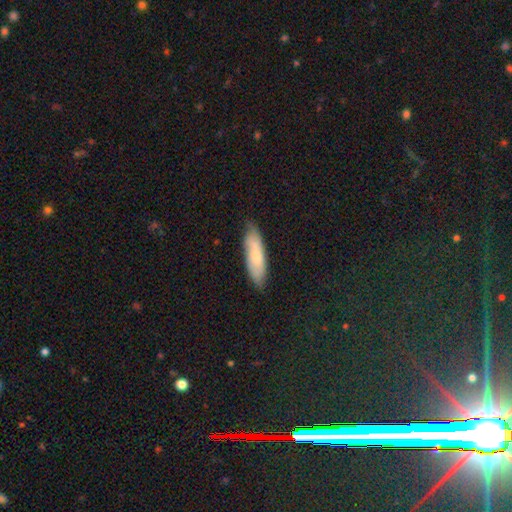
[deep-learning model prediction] Smooth or featured? smooth (73%)
How rounded? cigar-shaped (57%)
Merging? none (80%)